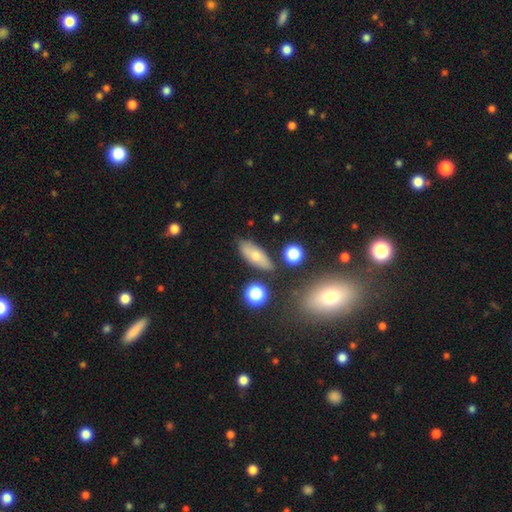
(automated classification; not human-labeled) A smooth galaxy with no disk features (66%) that is in between round and cigar-shaped (70%). Merging: none (77%).